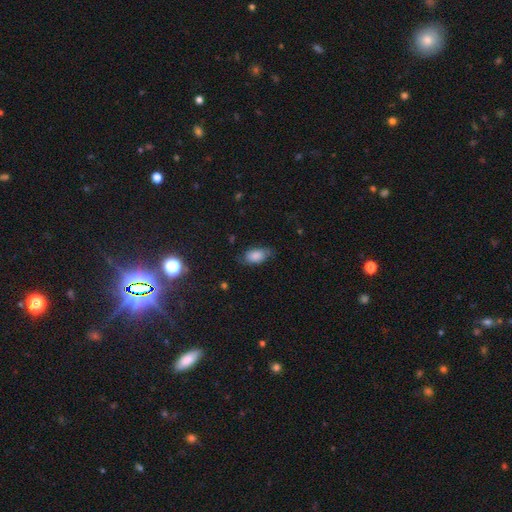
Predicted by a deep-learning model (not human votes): The model was most divided on "merging": none: 67%, minor disturbance: 25%, major disturbance: 7%, merger: 1%. More confident: how rounded — in between (91%); smooth or featured — smooth (75%).